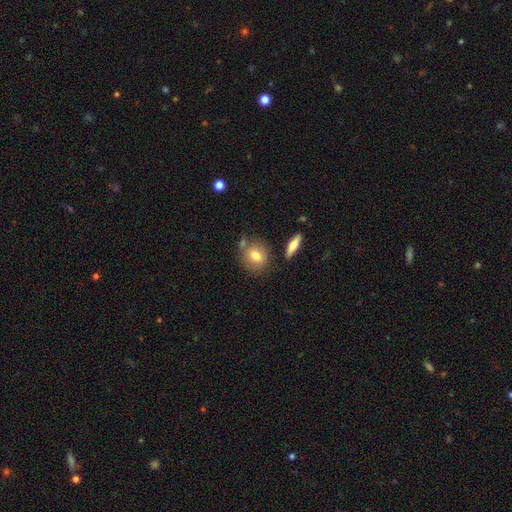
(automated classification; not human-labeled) A smooth galaxy with no disk features (76%) that is round (68%).

Vote fractions:
- Smooth or featured? smooth: 76% / featured or disk: 15% / star or artifact: 9%
- How rounded? round: 68% / in between: 30% / cigar-shaped: 2%
- Merging? none: 68% / minor disturbance: 15% / merger: 13% / major disturbance: 4%